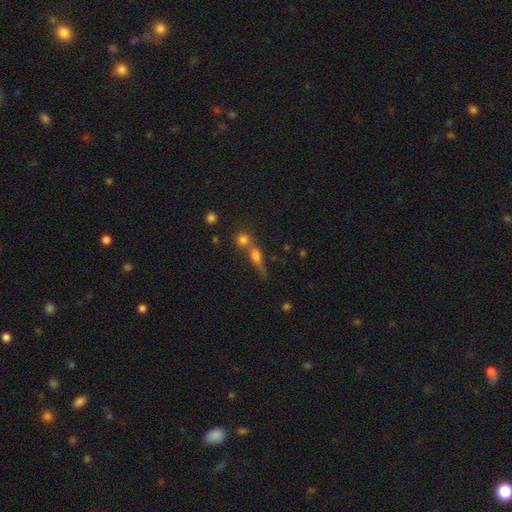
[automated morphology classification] type=smooth (53%); roundness=cigar-shaped (39%); merging=merger (49%).